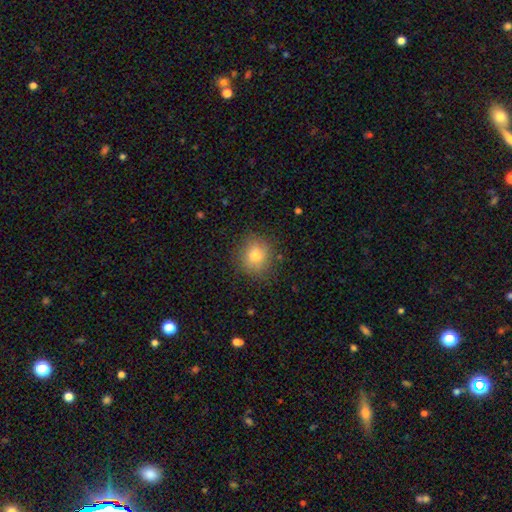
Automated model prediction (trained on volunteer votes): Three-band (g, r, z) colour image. It shows a smooth galaxy with no disk features (74%) that is round (82%). Merging: none (84%).